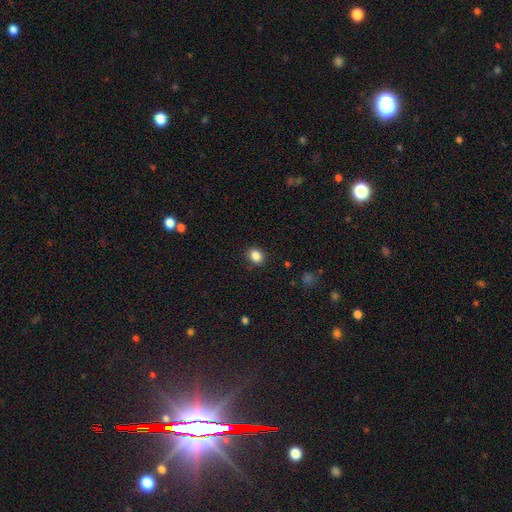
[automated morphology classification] Smooth or featured? Predicted: smooth (p=0.85). How rounded? Predicted: round (p=0.53). Merging? Predicted: none (p=0.87).